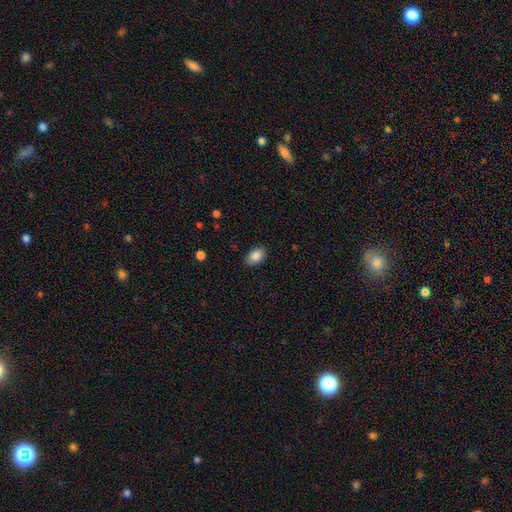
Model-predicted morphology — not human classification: This appears to be a smooth galaxy with no disk features (87%) that is in between round and cigar-shaped (86%). Merging: none (87%).